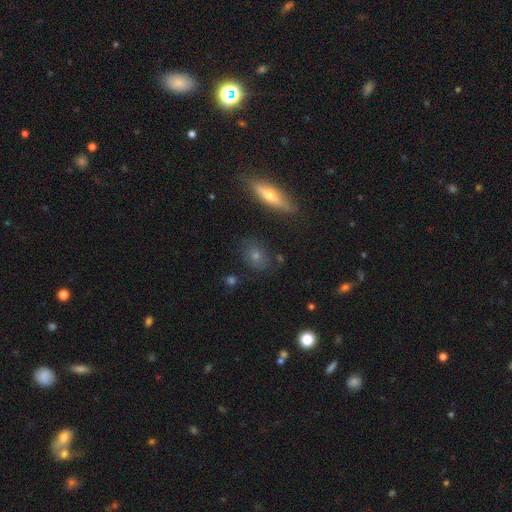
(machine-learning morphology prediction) This is possibly a smooth galaxy (54%). How rounded: possibly in between (47%). Merging: clearly none (82%).